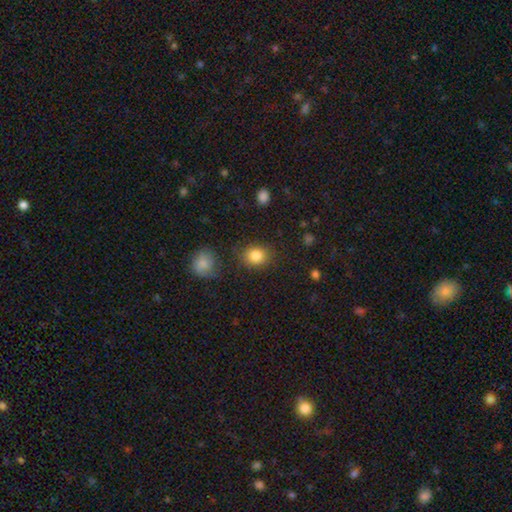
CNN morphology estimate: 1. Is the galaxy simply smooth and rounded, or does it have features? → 85% smooth, 10% star or artifact, 6% featured or disk.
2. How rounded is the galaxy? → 68% round, 31% in between, 1% cigar-shaped.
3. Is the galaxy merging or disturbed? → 80% none, 12% minor disturbance, 4% major disturbance, 3% merger.